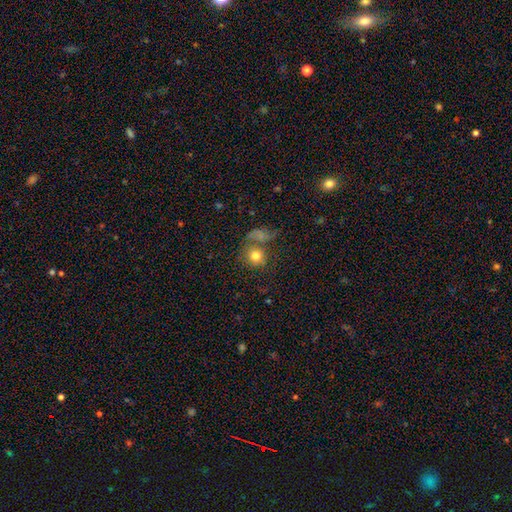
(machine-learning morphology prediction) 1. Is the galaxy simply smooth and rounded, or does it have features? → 75% smooth, 14% featured or disk, 11% star or artifact.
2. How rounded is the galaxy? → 82% round, 17% in between, 1% cigar-shaped.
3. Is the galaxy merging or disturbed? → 48% none, 30% merger, 12% minor disturbance, 10% major disturbance.